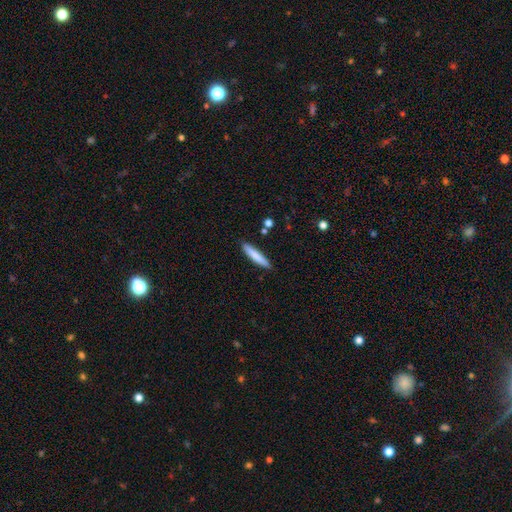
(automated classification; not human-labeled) Smooth or featured? Predicted: smooth (p=0.80). How rounded? Predicted: cigar-shaped (p=0.91). Merging? Predicted: none (p=0.88).